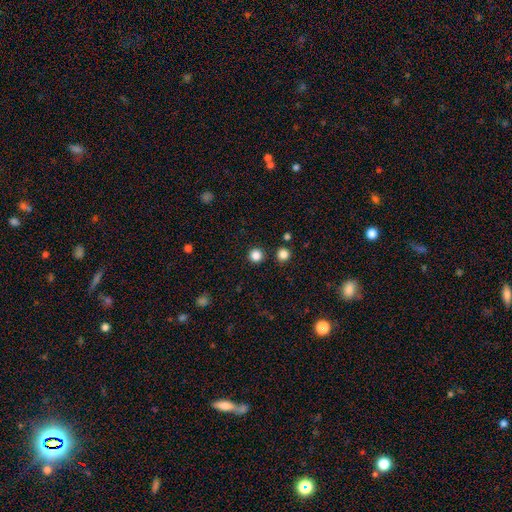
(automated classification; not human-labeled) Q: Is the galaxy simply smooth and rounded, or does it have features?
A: smooth — 83%.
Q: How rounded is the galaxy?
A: round — 95%.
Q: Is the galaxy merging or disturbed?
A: none — 91%.